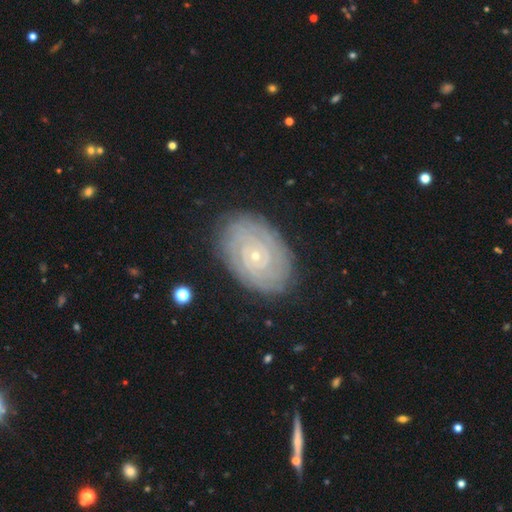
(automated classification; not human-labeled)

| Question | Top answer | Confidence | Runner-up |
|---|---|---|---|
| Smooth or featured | featured or disk | 84% | smooth (9%) |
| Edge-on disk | no | 97% | yes (3%) |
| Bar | no | 75% | weak (20%) |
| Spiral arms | yes | 96% | no (4%) |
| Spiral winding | tight | 87% | medium (11%) |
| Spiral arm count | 2 | 31% | can't tell (28%) |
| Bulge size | small | 84% | moderate (13%) |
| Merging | none | 84% | minor disturbance (12%) |